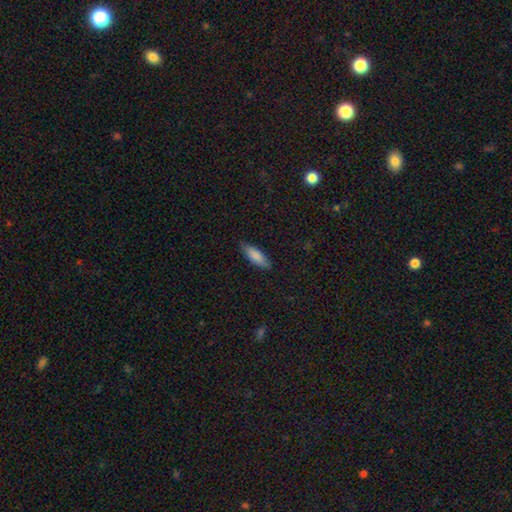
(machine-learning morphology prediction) The model was most divided on "how rounded": in between: 58%, cigar-shaped: 41%, round: 2%. More confident: smooth or featured — smooth (84%); merging — none (84%).